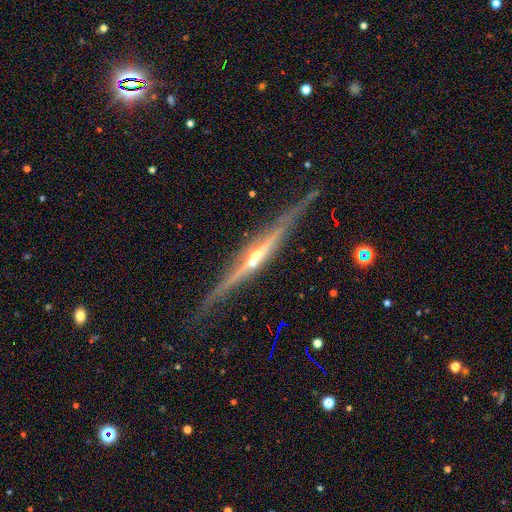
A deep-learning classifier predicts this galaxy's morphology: smooth_or_featured: featured or disk (p=0.86) [alt: smooth p=0.07]
disk_edge_on: yes (p=0.97) [alt: no p=0.03]
edge_on_bulge: rounded (p=0.79) [alt: none p=0.14]
merging: none (p=0.79) [alt: minor disturbance p=0.14]